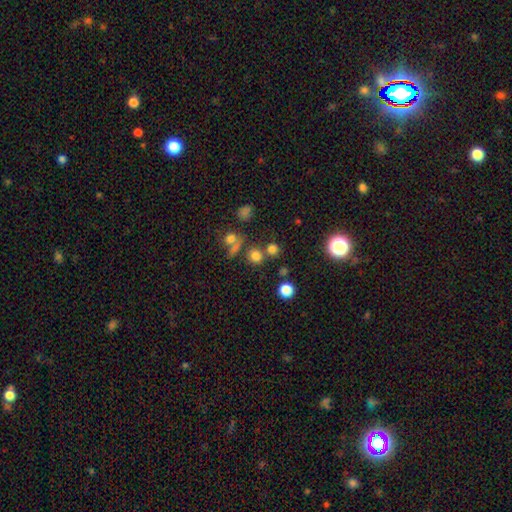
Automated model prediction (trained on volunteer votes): A smooth galaxy with no disk features (72%) that is round (88%). Merging: none (66%).